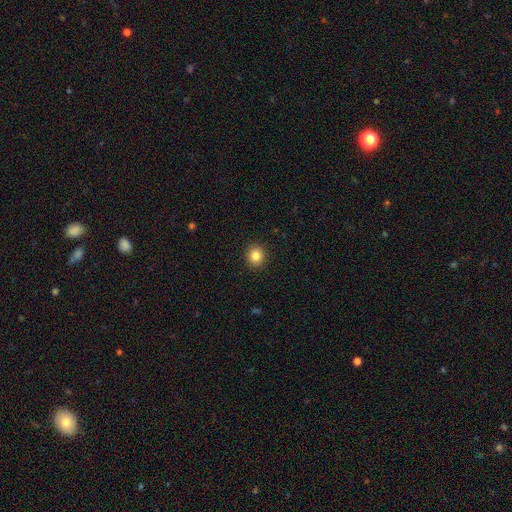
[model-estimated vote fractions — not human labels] smooth-or-featured: smooth: 84% | star or artifact: 11% | featured or disk: 5%
  how-rounded: round: 88% | in between: 11% | cigar-shaped: 1%
  merging: none: 92% | minor disturbance: 5% | major disturbance: 2% | merger: 1%